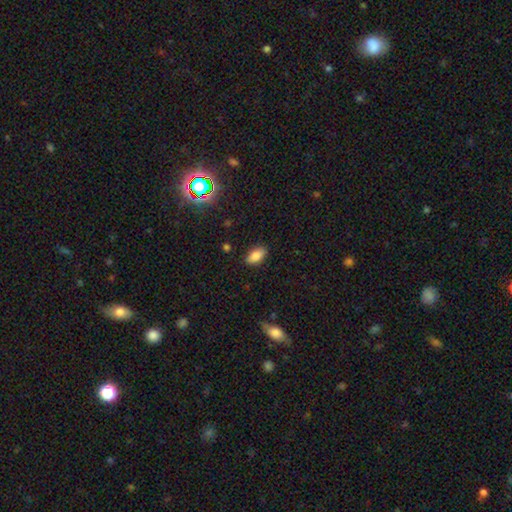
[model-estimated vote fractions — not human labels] smooth-or-featured: smooth: 83% | star or artifact: 9% | featured or disk: 7%
  how-rounded: in between: 91% | round: 5% | cigar-shaped: 4%
  merging: none: 87% | minor disturbance: 10% | major disturbance: 2% | merger: 1%